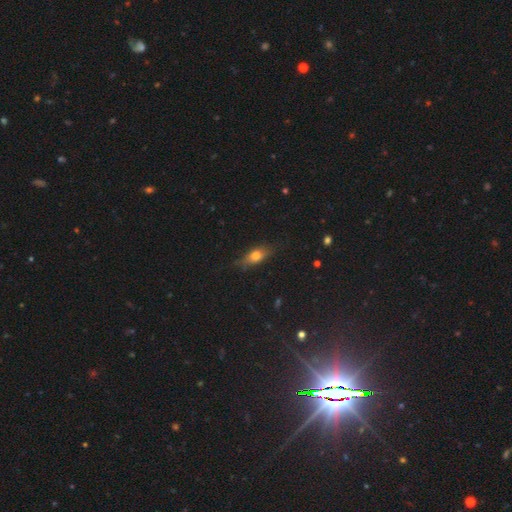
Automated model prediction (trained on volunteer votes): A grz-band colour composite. It shows a smooth galaxy with no disk features (66%) that is in between round and cigar-shaped (70%). Merging: none (75%).